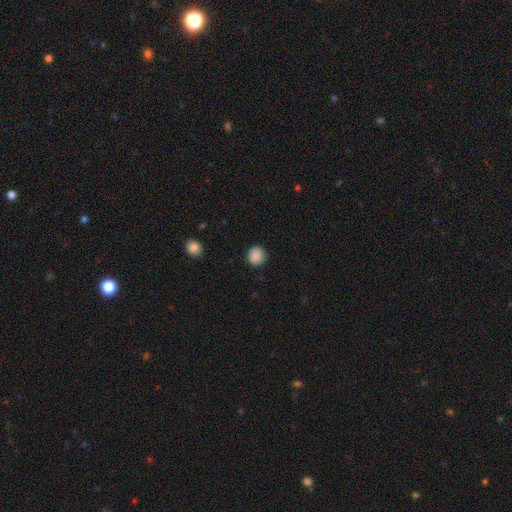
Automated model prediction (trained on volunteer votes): The model was most divided on "smooth or featured": smooth: 88%, star or artifact: 8%, featured or disk: 3%. More confident: how rounded — round (92%); merging — none (90%).